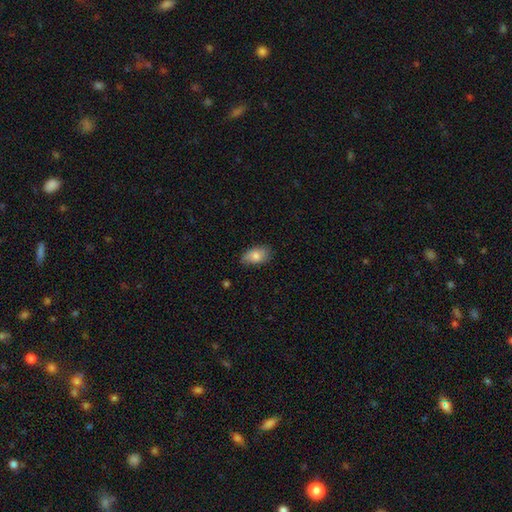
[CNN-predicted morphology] Smooth or featured: smooth — 79% (featured or disk — 14%)
How rounded: in between — 91% (round — 6%)
Merging: none — 72% (minor disturbance — 23%)